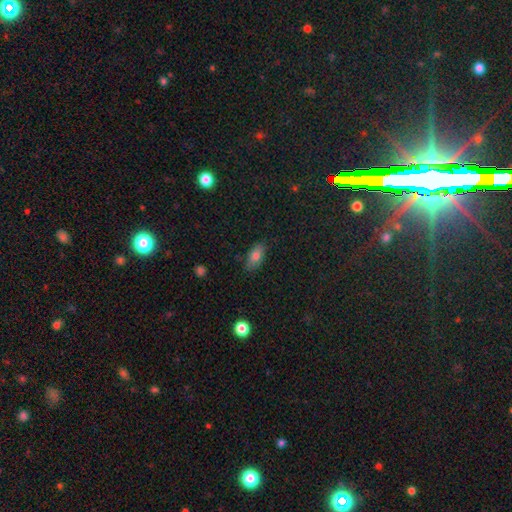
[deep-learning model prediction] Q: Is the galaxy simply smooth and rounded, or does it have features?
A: smooth — 78%.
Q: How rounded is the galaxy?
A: in between — 87%.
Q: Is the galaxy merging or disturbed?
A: none — 80%.